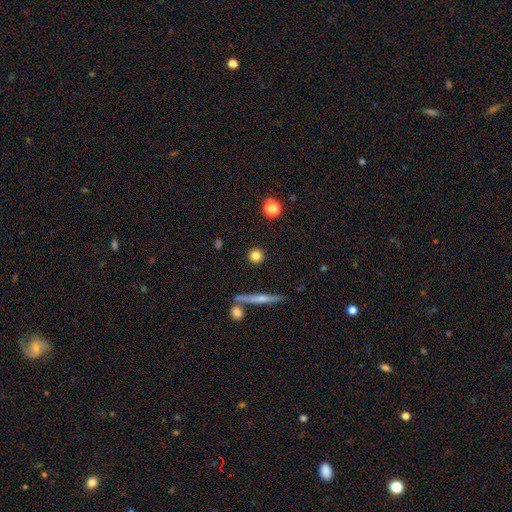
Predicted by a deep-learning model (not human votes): Overall: smooth (80%). How rounded: round (91%). Merging: none (89%).